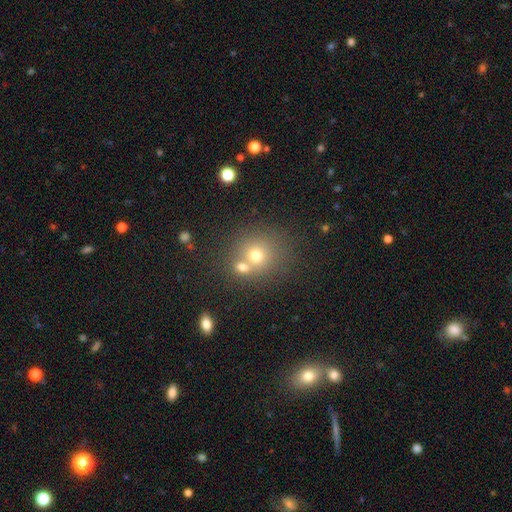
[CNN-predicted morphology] A smooth galaxy with no disk features (67%) that is round (82%).

Vote fractions:
- Smooth or featured? smooth: 67% / star or artifact: 17% / featured or disk: 16%
- How rounded? round: 82% / in between: 17% / cigar-shaped: 1%
- Merging? none: 50% / merger: 39% / minor disturbance: 8% / major disturbance: 4%